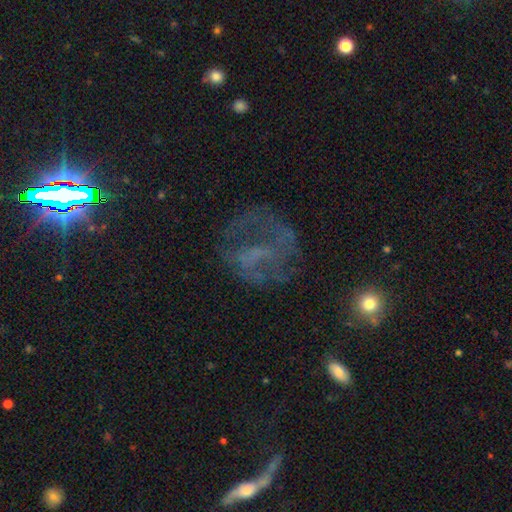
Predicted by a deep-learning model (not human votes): This is possibly a featured or disk galaxy (54%). It is clearly not viewed edge-on (94%). Bar: marginally no (40%). Spiral arm pattern: likely yes (63%). Central bulge: possibly none (57%). Merging: possibly none (57%).